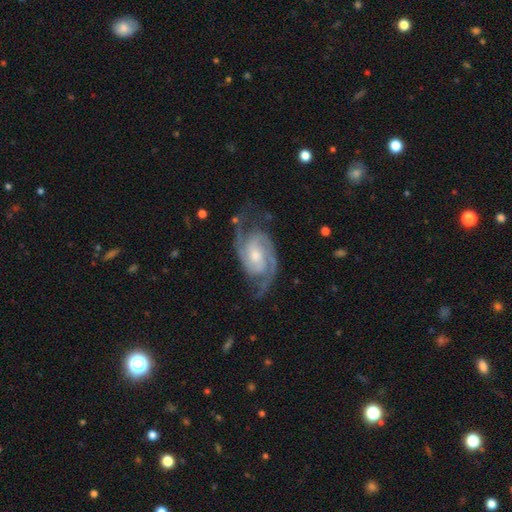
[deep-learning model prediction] featured or disk 93%, star or artifact 4%, smooth 3%. Down the decision tree: edge-on disk — no (97%); bar — no (48%); spiral arms — yes (99%); spiral arm count — 2 (87%); spiral winding — medium (48%); bulge size — moderate (51%); merging — none (74%).